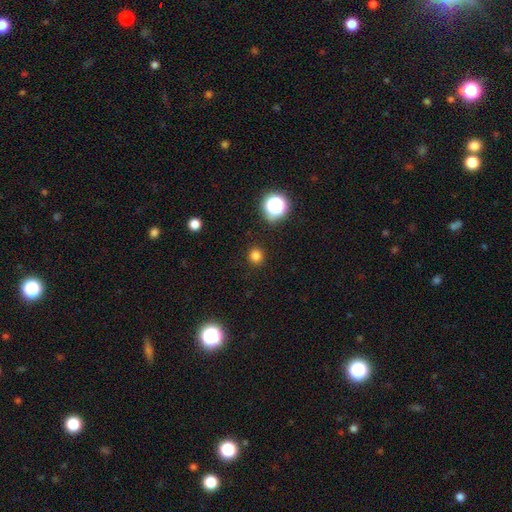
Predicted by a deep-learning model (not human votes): smooth 80%, star or artifact 16%, featured or disk 4%. Down the decision tree: how rounded — round (91%); merging — none (91%).